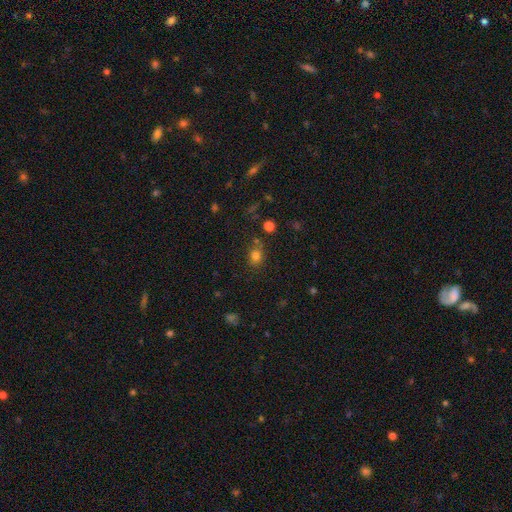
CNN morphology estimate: smooth 77%, star or artifact 16%, featured or disk 7%. Down the decision tree: how rounded — round (53%); merging — none (69%).